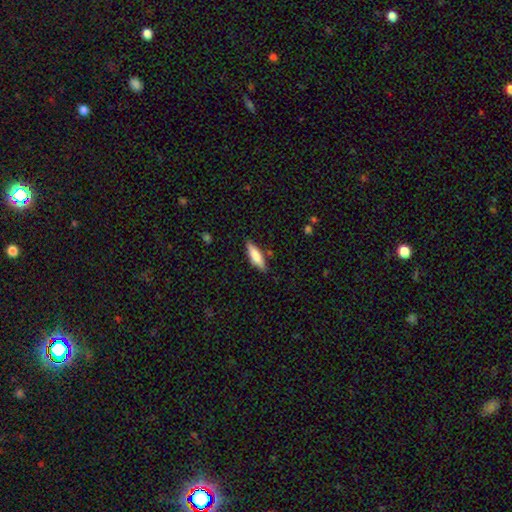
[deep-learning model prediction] Smooth or featured? Predicted: smooth (p=0.77). How rounded? Predicted: cigar-shaped (p=0.55). Merging? Predicted: none (p=0.82).